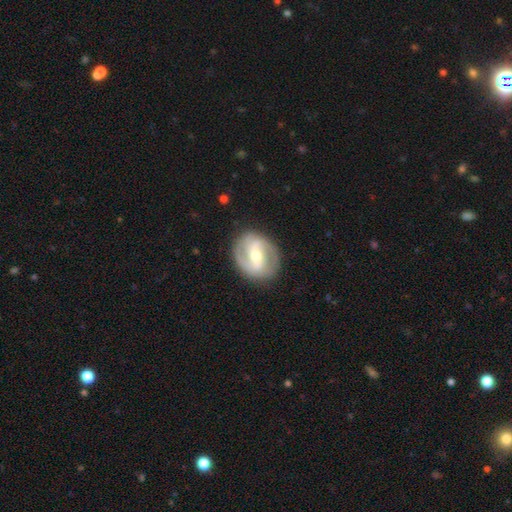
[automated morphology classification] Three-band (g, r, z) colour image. It shows a featured or disk galaxy (82%) with a strong bar (45%), 2 (82%) medium (46%) spiral arms (91%) and a moderate central bulge (56%). Merging: none (84%).